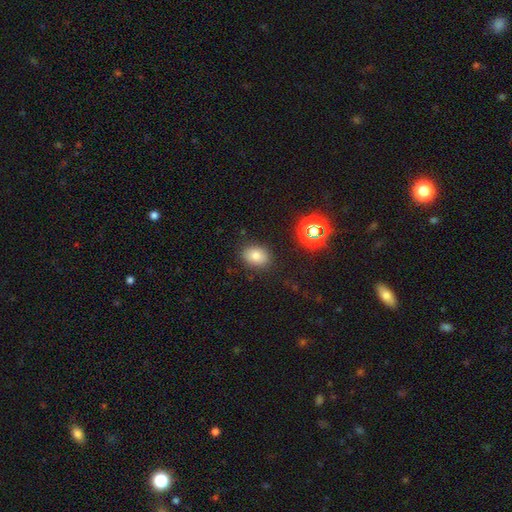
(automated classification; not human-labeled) Morphology: type=smooth (79%); roundness=in between (65%); merging=none (86%).